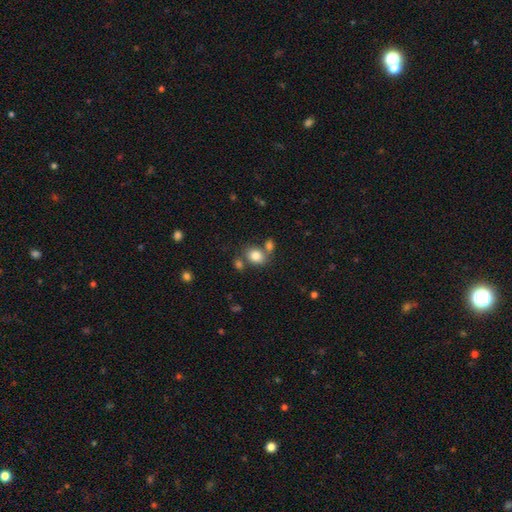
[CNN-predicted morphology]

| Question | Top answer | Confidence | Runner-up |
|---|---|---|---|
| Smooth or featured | smooth | 82% | star or artifact (10%) |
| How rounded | in between | 50% | round (49%) |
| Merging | none | 58% | merger (25%) |